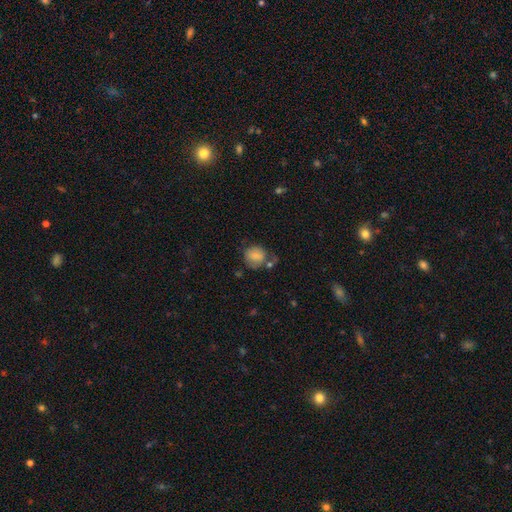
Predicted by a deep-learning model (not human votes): A smooth galaxy with no disk features (77%) that is round (75%).

Vote fractions:
- Smooth or featured? smooth: 77% / featured or disk: 14% / star or artifact: 8%
- How rounded? round: 75% / in between: 24% / cigar-shaped: 1%
- Merging? none: 51% / minor disturbance: 23% / merger: 14% / major disturbance: 12%